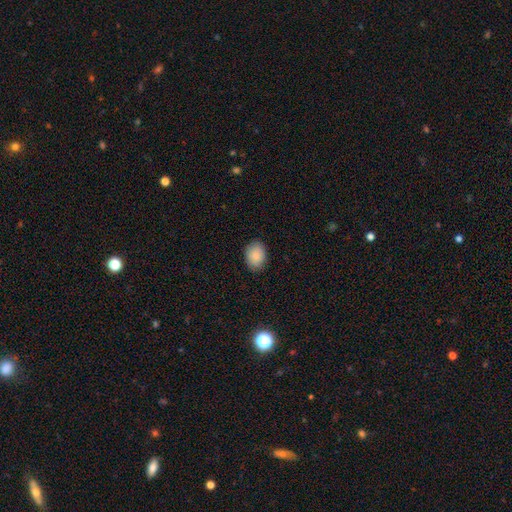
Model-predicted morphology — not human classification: Smooth or featured? smooth (87%)
How rounded? in between (69%)
Merging? none (85%)